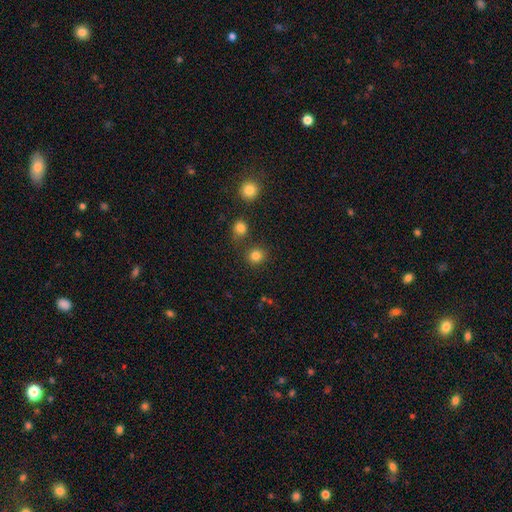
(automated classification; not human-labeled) Overall: smooth (82%). How rounded: round (88%). Merging: none (78%).